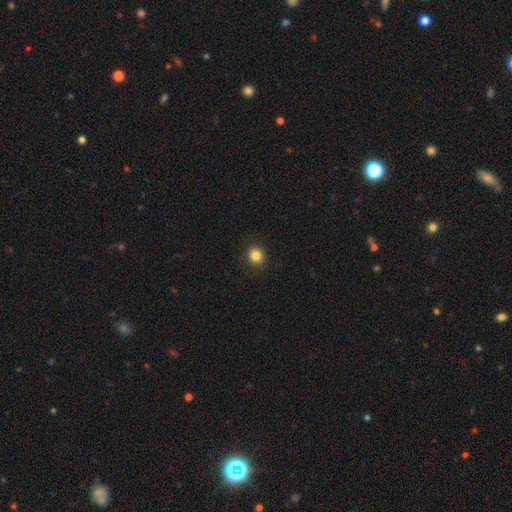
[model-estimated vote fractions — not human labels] Morphology: type=smooth (84%); roundness=round (83%); merging=none (90%).